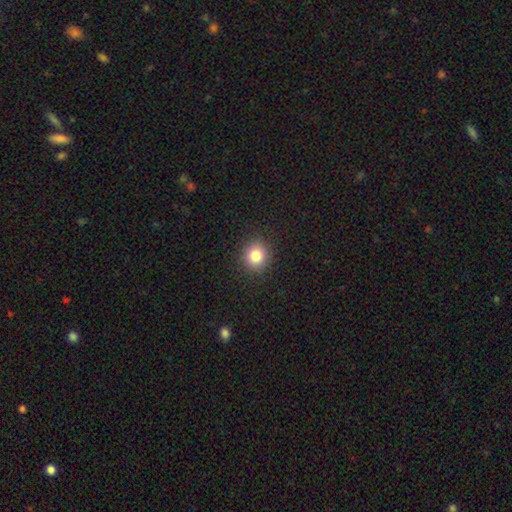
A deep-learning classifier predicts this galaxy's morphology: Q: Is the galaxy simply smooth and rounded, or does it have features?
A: smooth — 82%.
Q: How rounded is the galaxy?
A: round — 87%.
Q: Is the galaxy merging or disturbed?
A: none — 90%.